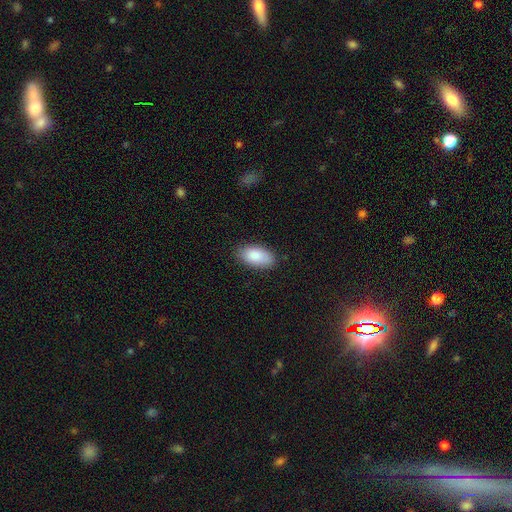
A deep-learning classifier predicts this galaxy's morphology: A smooth galaxy with no disk features (87%) that is in between round and cigar-shaped (94%).

Vote fractions:
- Smooth or featured? smooth: 87% / featured or disk: 7% / star or artifact: 6%
- How rounded? in between: 94% / cigar-shaped: 3% / round: 3%
- Merging? none: 85% / minor disturbance: 12% / major disturbance: 2% / merger: 1%